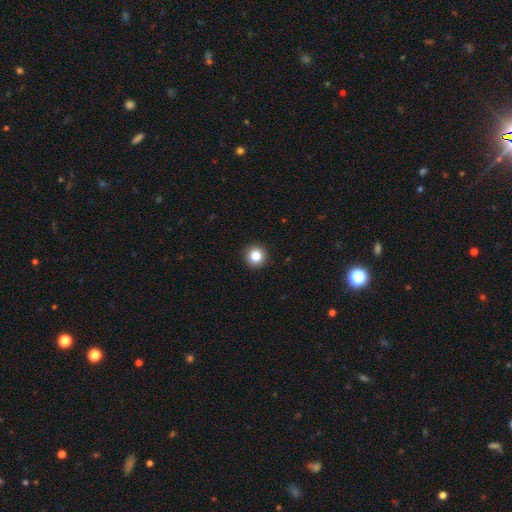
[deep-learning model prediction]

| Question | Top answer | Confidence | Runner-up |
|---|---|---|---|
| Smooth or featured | smooth | 84% | star or artifact (11%) |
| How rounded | round | 95% | in between (4%) |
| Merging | none | 93% | minor disturbance (4%) |